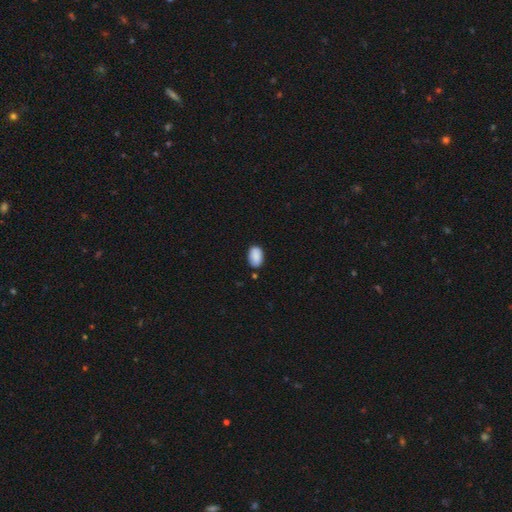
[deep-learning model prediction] Morphology: type=smooth (85%); roundness=in between (88%); merging=none (74%).